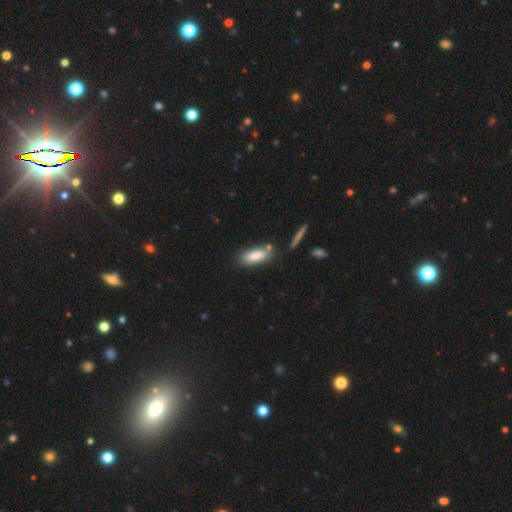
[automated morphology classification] This is clearly a smooth galaxy (84%). How rounded: likely in between (70%). Merging: likely none (75%).